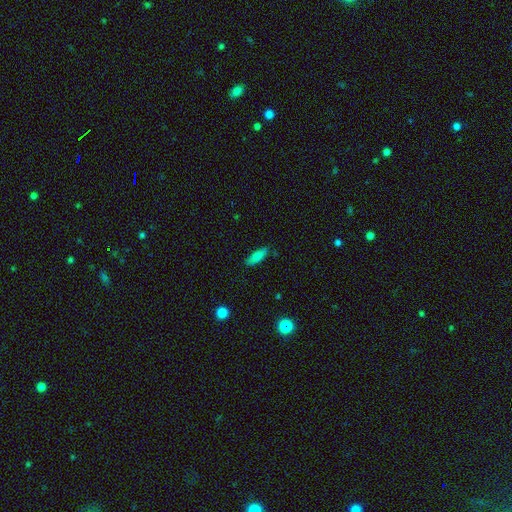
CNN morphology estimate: This is likely a smooth galaxy (80%). How rounded: possibly in between (57%). Merging: clearly none (84%).